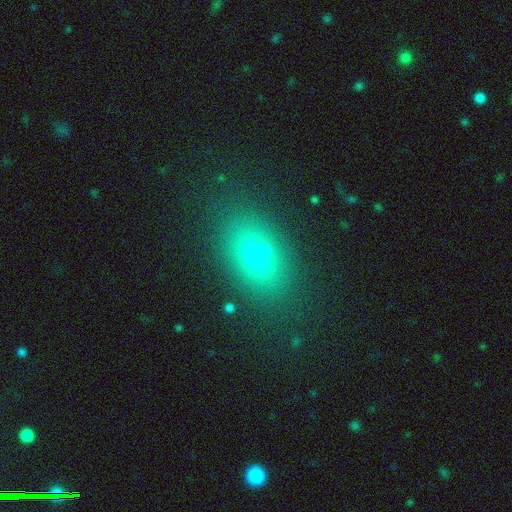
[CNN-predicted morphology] smooth_or_featured: smooth (p=0.58) [alt: featured or disk p=0.21]
how_rounded: in between (p=0.76) [alt: round p=0.21]
merging: none (p=0.61) [alt: merger p=0.24]